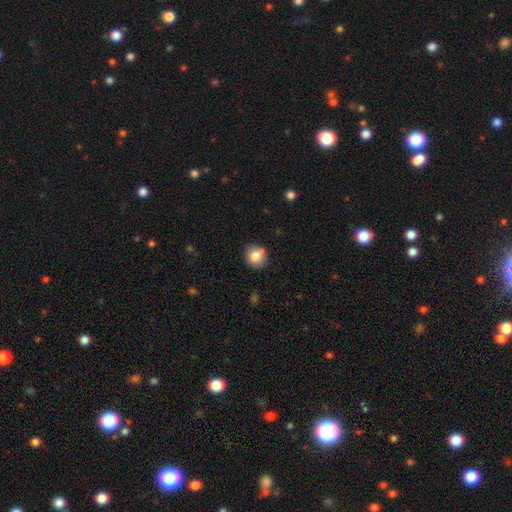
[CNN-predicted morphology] Smooth or featured? Predicted: smooth (p=0.82). How rounded? Predicted: round (p=0.81). Merging? Predicted: none (p=0.78).